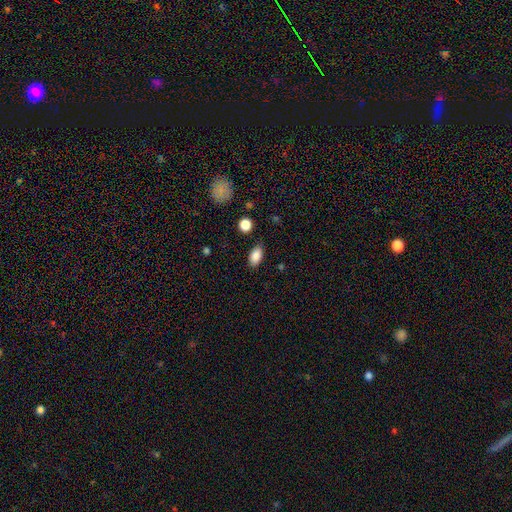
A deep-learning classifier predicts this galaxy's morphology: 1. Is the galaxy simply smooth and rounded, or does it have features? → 87% smooth, 8% star or artifact, 5% featured or disk.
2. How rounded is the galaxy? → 90% in between, 7% round, 3% cigar-shaped.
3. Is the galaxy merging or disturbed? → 82% none, 13% minor disturbance, 3% major disturbance, 2% merger.